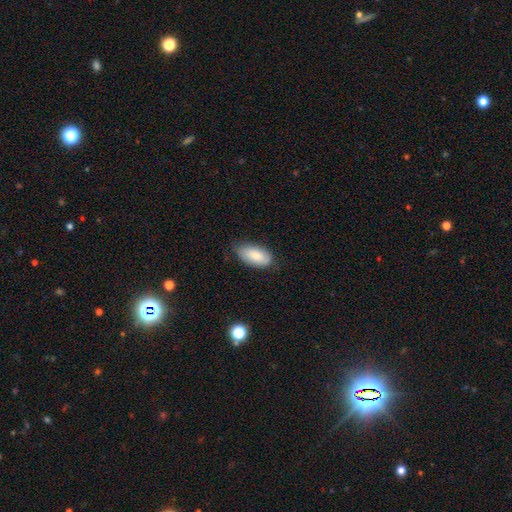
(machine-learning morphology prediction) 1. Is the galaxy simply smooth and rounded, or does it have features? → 82% smooth, 12% featured or disk, 6% star or artifact.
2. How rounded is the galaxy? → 94% in between, 4% cigar-shaped, 3% round.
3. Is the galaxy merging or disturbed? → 71% none, 24% minor disturbance, 4% major disturbance, 1% merger.